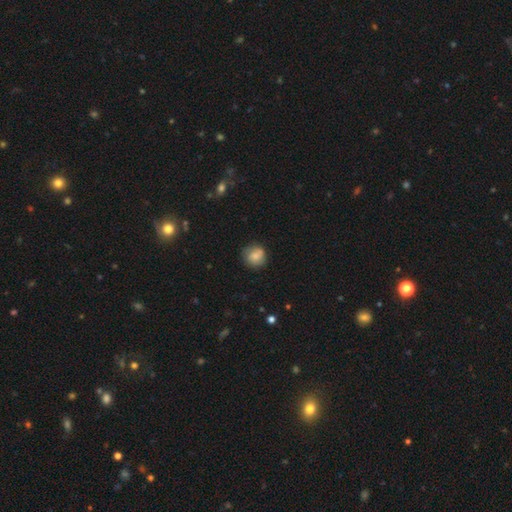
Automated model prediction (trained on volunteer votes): Smooth or featured?
  - smooth: 80% *
  - featured or disk: 11%
  - star or artifact: 9%
How rounded?
  - round: 86% *
  - in between: 13%
  - cigar-shaped: 1%
Merging?
  - none: 73% *
  - minor disturbance: 19%
  - major disturbance: 4%
  - merger: 3%